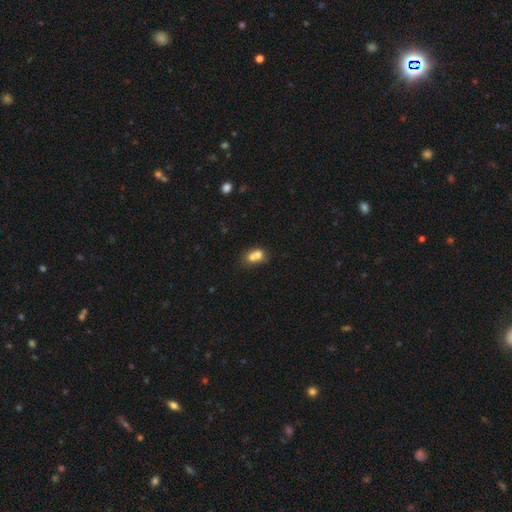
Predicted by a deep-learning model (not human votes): Q: Smooth or featured?
A: smooth (69%); runner-up: featured or disk (21%)
Q: How rounded?
A: round (55%); runner-up: in between (44%)
Q: Merging?
A: merger (68%); runner-up: none (22%)